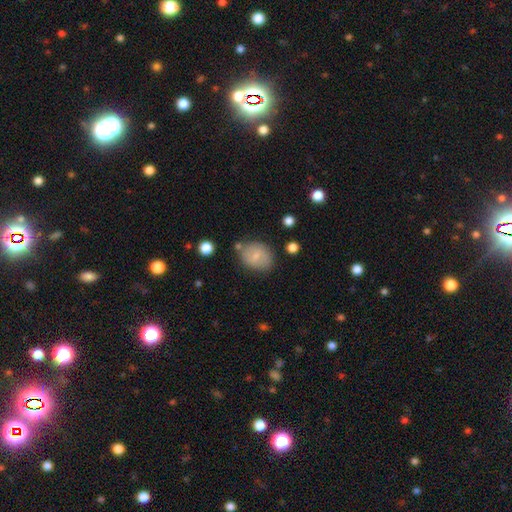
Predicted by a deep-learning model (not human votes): This appears to be a smooth galaxy with no disk features (64%) that is round (54%). Merging: none (73%).